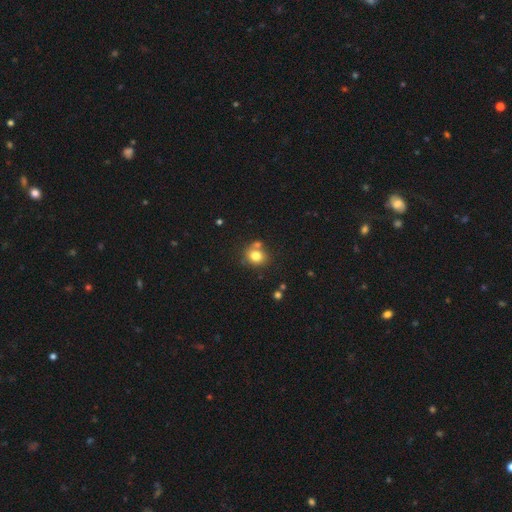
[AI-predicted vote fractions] smooth_or_featured: smooth (p=0.78) [alt: star or artifact p=0.12]
how_rounded: round (p=0.73) [alt: in between p=0.26]
merging: none (p=0.65) [alt: merger p=0.19]